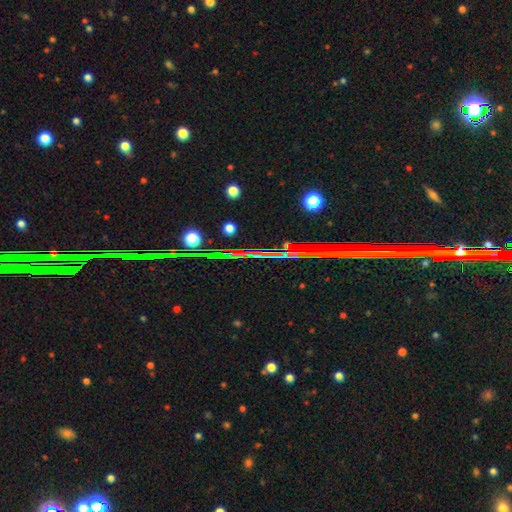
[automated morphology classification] Smooth or featured? star or artifact (78%)